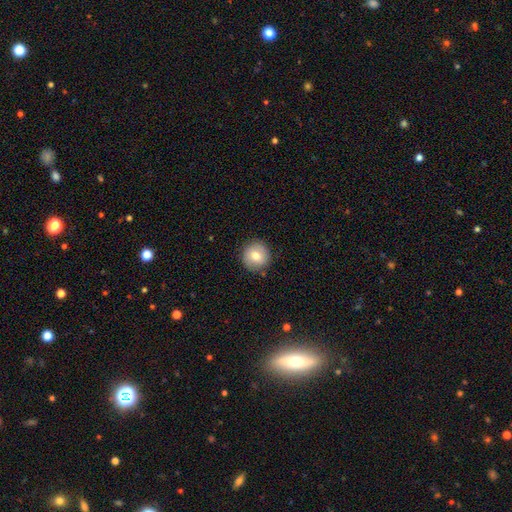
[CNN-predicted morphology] The model was most divided on "smooth or featured": smooth: 73%, featured or disk: 19%, star or artifact: 8%. More confident: how rounded — round (94%); merging — none (87%).